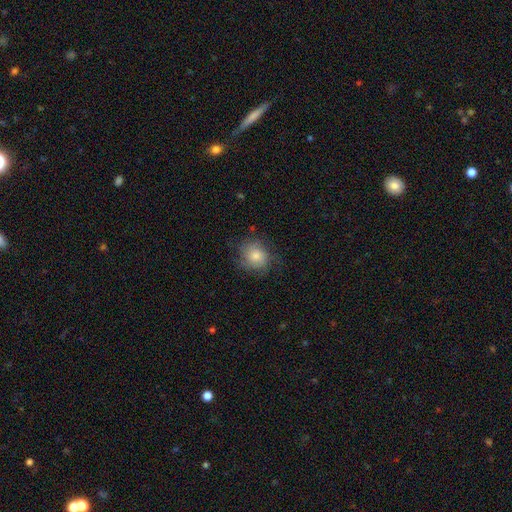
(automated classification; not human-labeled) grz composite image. It shows a smooth galaxy with no disk features (57%) that is round (75%). Merging: none (71%).